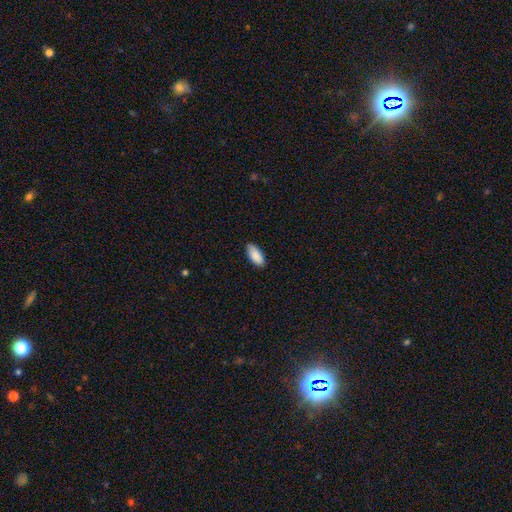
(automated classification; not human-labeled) smooth-or-featured: smooth: 89% | star or artifact: 6% | featured or disk: 5%
  how-rounded: in between: 89% | cigar-shaped: 9% | round: 2%
  merging: none: 84% | minor disturbance: 13% | major disturbance: 2% | merger: 1%